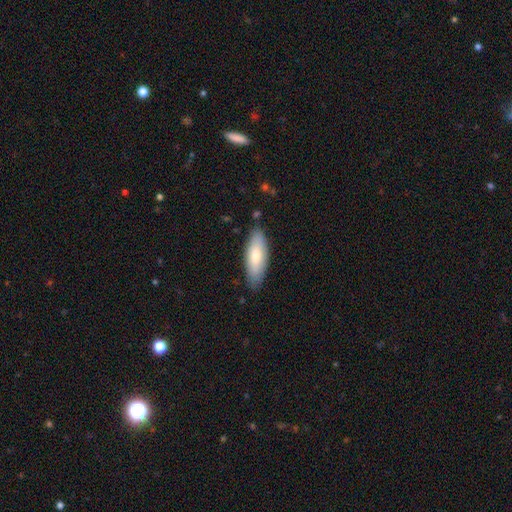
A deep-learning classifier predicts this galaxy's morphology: Smooth or featured? smooth (73%)
How rounded? in between (67%)
Merging? none (83%)